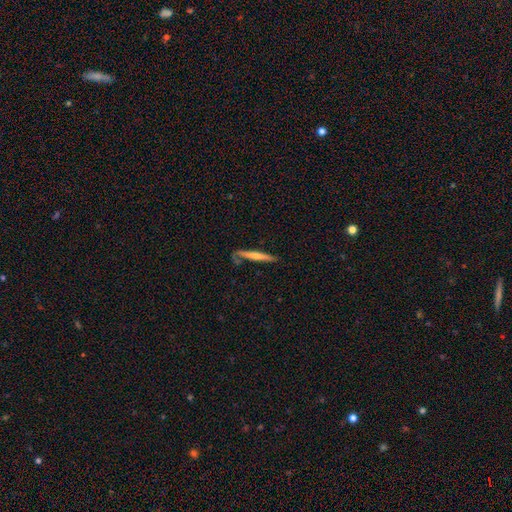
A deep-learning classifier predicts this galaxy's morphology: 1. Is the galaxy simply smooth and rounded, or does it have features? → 50% smooth, 44% featured or disk, 5% star or artifact.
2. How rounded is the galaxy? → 95% cigar-shaped, 4% in between, 1% round.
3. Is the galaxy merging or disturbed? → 73% none, 17% minor disturbance, 5% merger, 5% major disturbance.